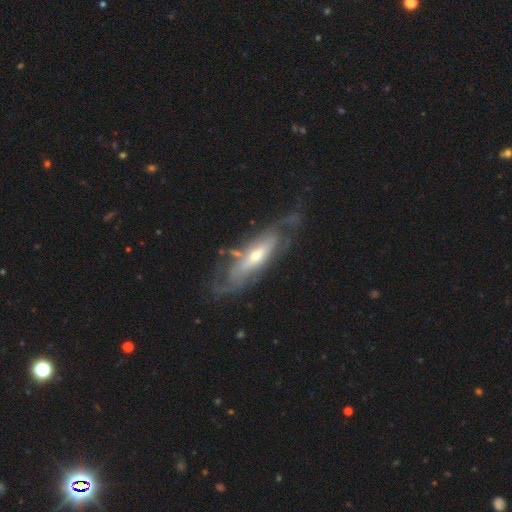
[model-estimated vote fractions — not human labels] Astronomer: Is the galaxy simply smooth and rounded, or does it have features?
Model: featured or disk — 77%.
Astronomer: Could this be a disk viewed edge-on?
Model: no — 73%.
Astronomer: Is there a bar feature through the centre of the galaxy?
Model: no — 58%.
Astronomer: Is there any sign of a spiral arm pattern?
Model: yes — 72%.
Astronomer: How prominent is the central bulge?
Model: moderate — 50% (runner-up: small, 44%).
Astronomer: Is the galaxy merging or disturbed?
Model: none — 56%.